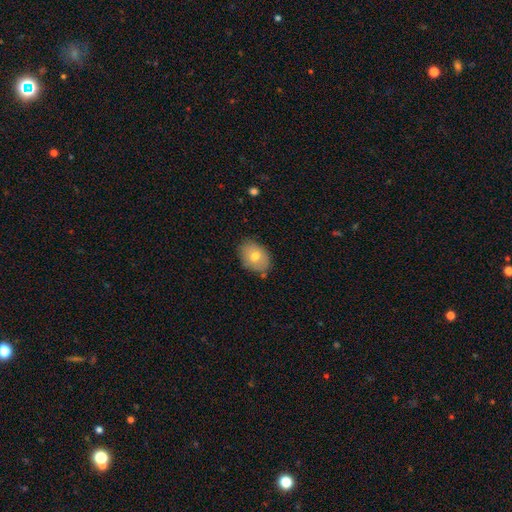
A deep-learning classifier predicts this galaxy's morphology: A smooth galaxy with no disk features (71%) that is in between round and cigar-shaped (75%). Merging: none (79%).